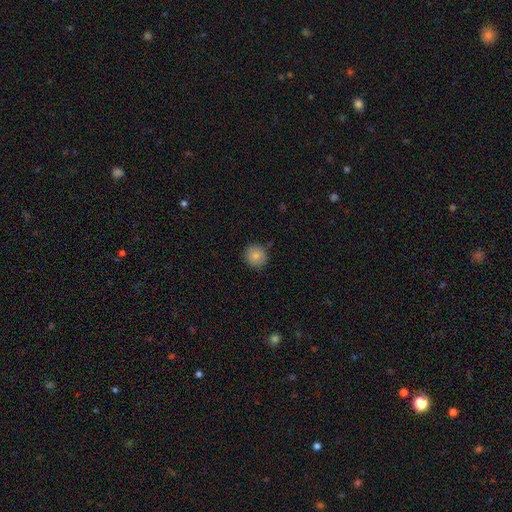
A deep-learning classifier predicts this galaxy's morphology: type=smooth (84%); roundness=round (93%); merging=none (87%).